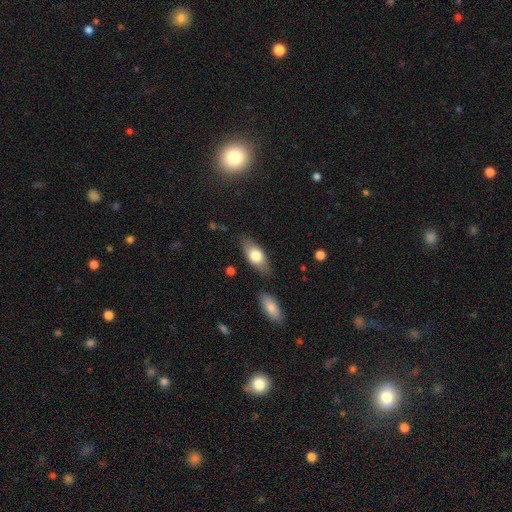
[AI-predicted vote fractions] Smooth or featured? Predicted: smooth (p=0.71). How rounded? Predicted: in between (p=0.84). Merging? Predicted: none (p=0.79).